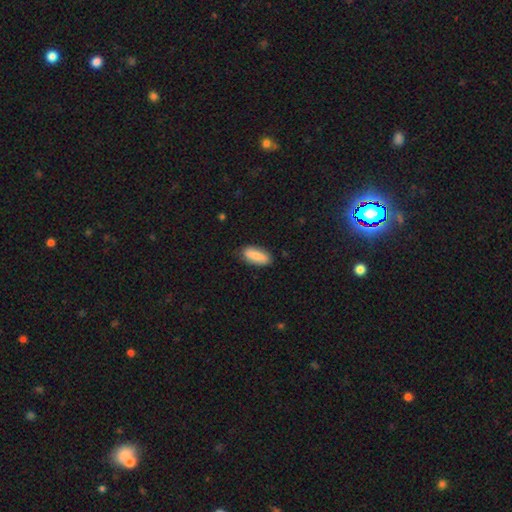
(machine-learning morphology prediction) smooth_or_featured: smooth (p=0.83) [alt: featured or disk p=0.11]
how_rounded: in between (p=0.80) [alt: cigar-shaped p=0.17]
merging: none (p=0.80) [alt: minor disturbance p=0.16]